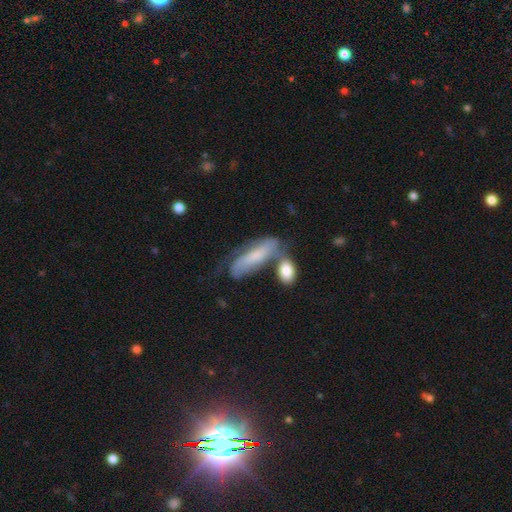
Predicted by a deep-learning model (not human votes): Smooth or featured?
  - smooth: 49% *
  - featured or disk: 43%
  - star or artifact: 8%
Merging?
  - none: 39% *
  - merger: 28%
  - minor disturbance: 20%
  - major disturbance: 13%